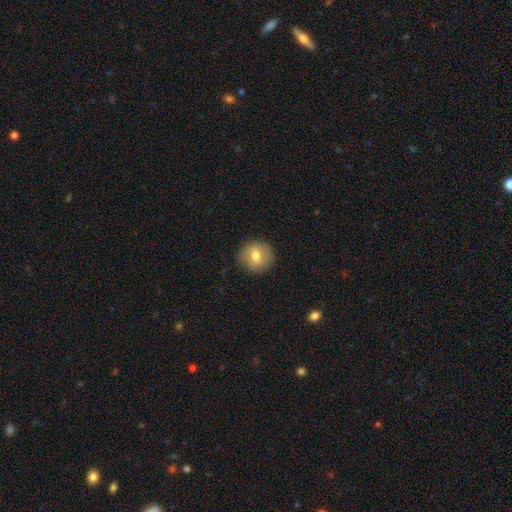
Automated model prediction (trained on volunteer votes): smooth-or-featured: smooth: 71% | featured or disk: 21% | star or artifact: 8%
  how-rounded: round: 89% | in between: 10% | cigar-shaped: 1%
  merging: none: 84% | minor disturbance: 12% | major disturbance: 3% | merger: 1%